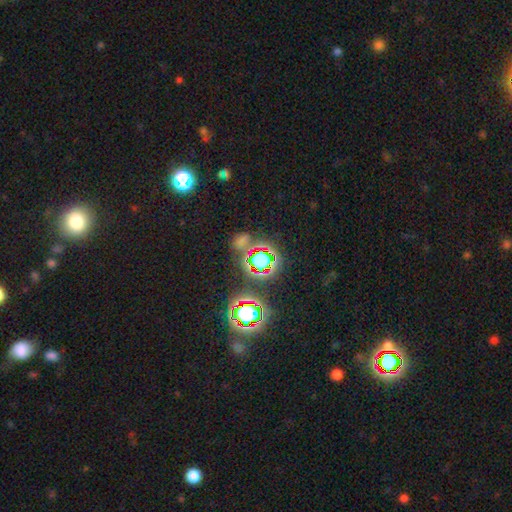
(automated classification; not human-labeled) The model was most divided on "smooth or featured": star or artifact: 78%, smooth: 14%, featured or disk: 8%.